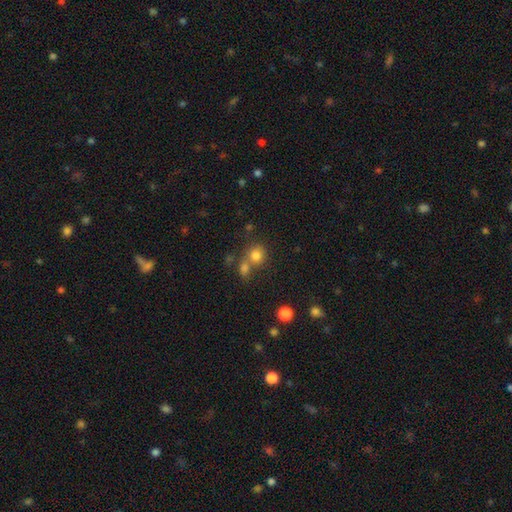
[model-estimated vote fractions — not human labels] This is likely a smooth galaxy (79%). How rounded: likely round (79%). Merging: possibly none (49%).